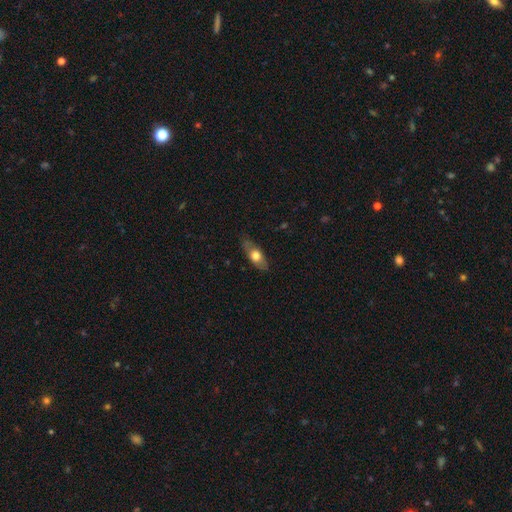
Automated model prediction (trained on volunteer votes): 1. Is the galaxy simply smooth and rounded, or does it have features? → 61% smooth, 32% featured or disk, 6% star or artifact.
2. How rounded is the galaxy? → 73% in between, 20% cigar-shaped, 7% round.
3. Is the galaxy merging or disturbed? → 76% none, 18% minor disturbance, 4% major disturbance, 1% merger.